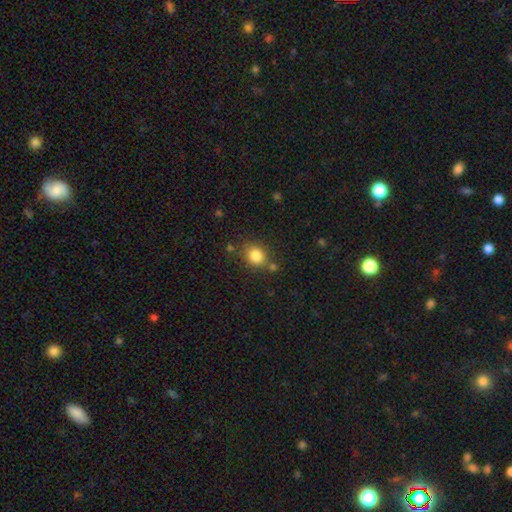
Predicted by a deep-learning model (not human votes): Smooth or featured?
  - smooth: 83% *
  - star or artifact: 11%
  - featured or disk: 6%
How rounded?
  - round: 67% *
  - in between: 32%
  - cigar-shaped: 1%
Merging?
  - none: 73% *
  - minor disturbance: 14%
  - merger: 9%
  - major disturbance: 4%